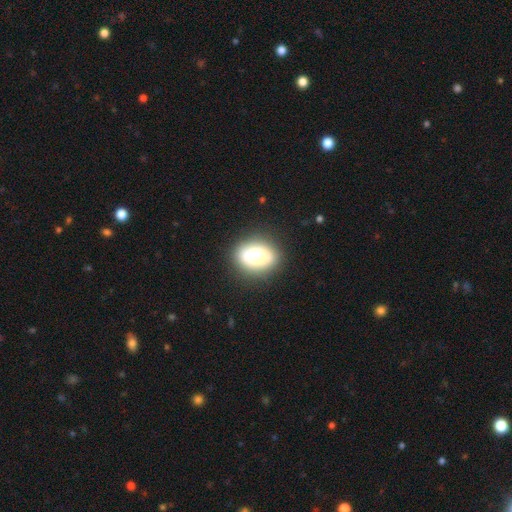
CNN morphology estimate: Smooth or featured? smooth (74%)
How rounded? in between (64%)
Merging? none (85%)